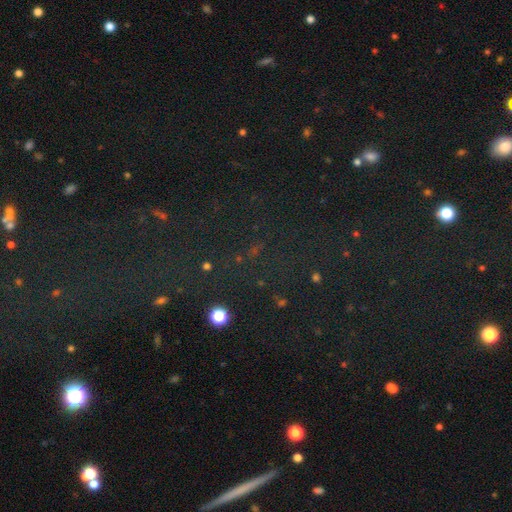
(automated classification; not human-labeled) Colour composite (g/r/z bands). It shows a star or artifact, not a galaxy (71%).